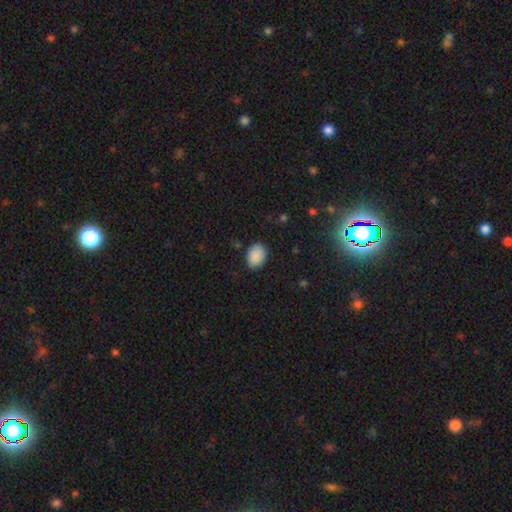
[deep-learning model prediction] Smooth or featured? Predicted: smooth (p=0.89). How rounded? Predicted: in between (p=0.75). Merging? Predicted: none (p=0.85).